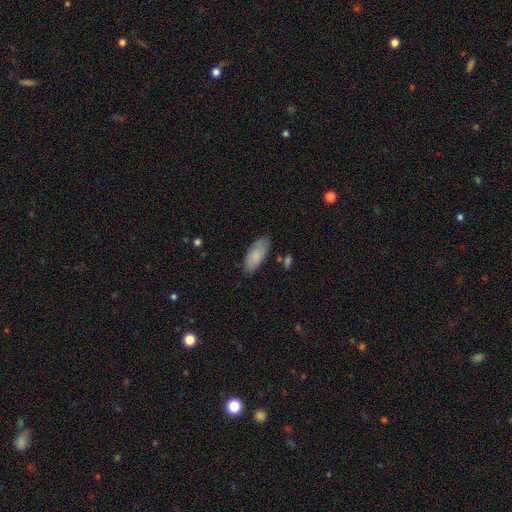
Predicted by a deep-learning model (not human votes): Smooth or featured? Predicted: smooth (p=0.83). How rounded? Predicted: in between (p=0.85). Merging? Predicted: none (p=0.79).